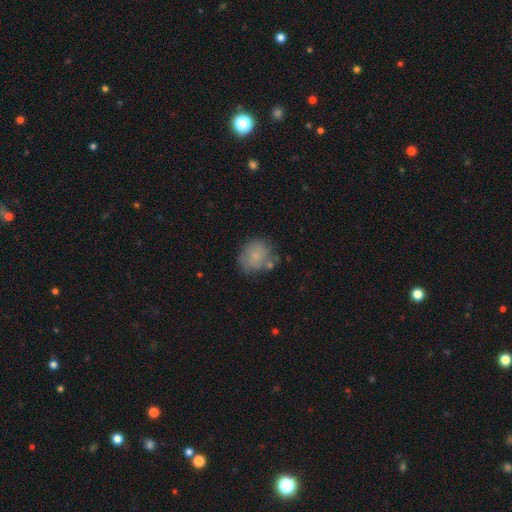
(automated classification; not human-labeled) Overall: smooth (66%). How rounded: round (67%; in between 32%). Merging: none (62%; minor disturbance 23%).